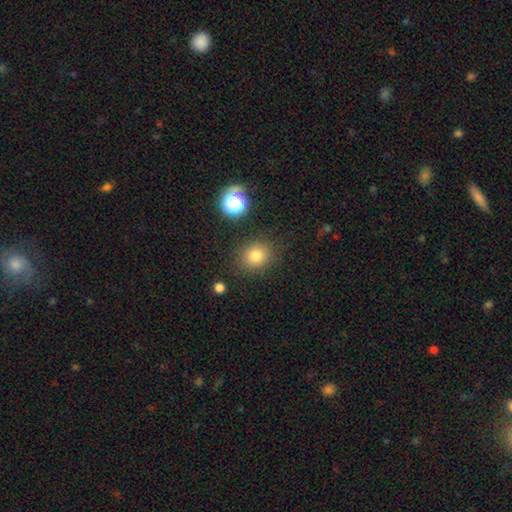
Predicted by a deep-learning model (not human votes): Smooth or featured: smooth — 80% (star or artifact — 14%)
How rounded: round — 78% (in between — 21%)
Merging: none — 84% (minor disturbance — 10%)